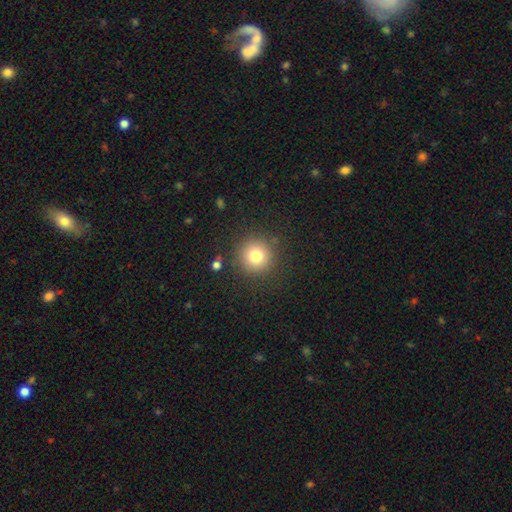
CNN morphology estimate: smooth-or-featured: smooth: 79% | star or artifact: 13% | featured or disk: 9%
  how-rounded: round: 95% | in between: 4% | cigar-shaped: 1%
  merging: none: 88% | minor disturbance: 7% | major disturbance: 3% | merger: 2%